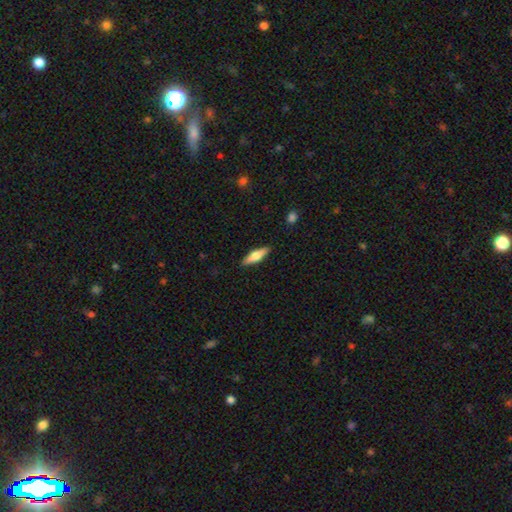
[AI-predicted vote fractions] This appears to be a smooth galaxy with no disk features (58%) that is cigar-shaped (59%). Merging: none (89%).